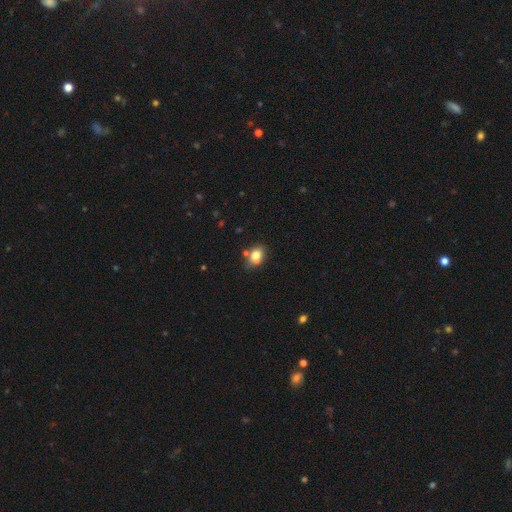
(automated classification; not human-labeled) This is likely a smooth galaxy (78%). How rounded: likely in between (67%). Merging: likely none (62%).